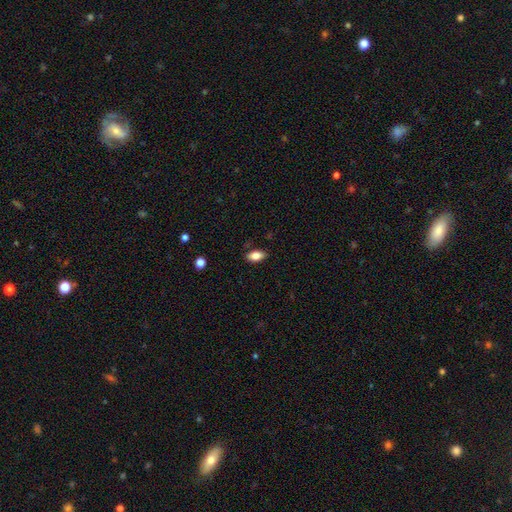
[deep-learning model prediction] Morphology: type=smooth (83%); roundness=in between (90%); merging=none (85%).